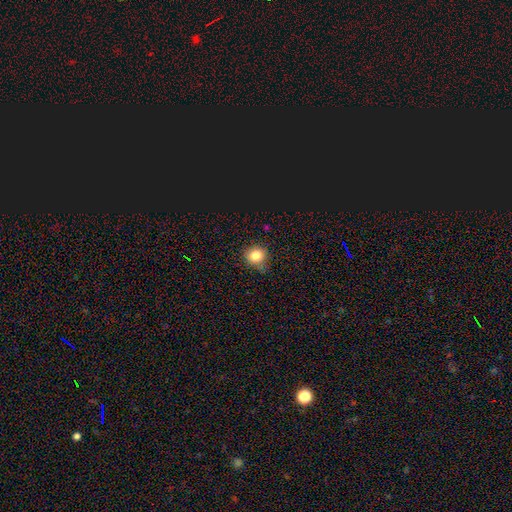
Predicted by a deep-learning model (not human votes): Morphology: type=smooth (82%); roundness=round (82%); merging=none (72%).